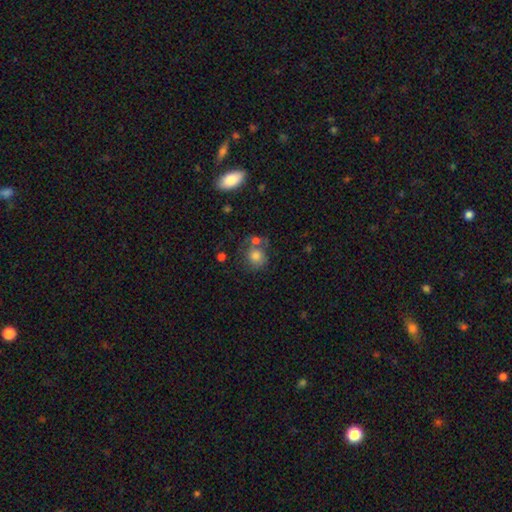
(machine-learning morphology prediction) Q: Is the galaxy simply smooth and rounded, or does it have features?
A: smooth — 76%.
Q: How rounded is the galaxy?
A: round — 82%.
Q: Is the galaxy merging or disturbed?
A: none — 49%.